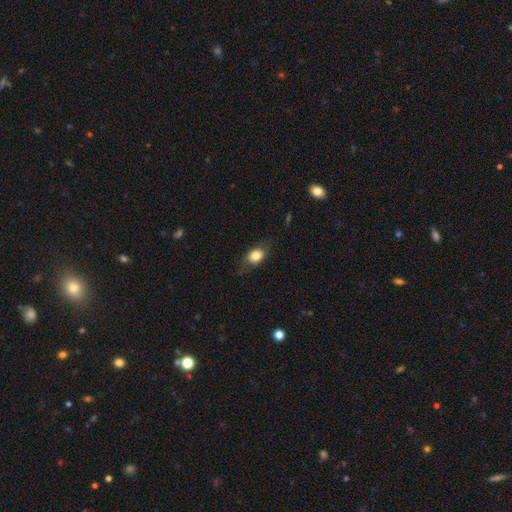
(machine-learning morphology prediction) Smooth or featured? Predicted: smooth (p=0.79). How rounded? Predicted: in between (p=0.73). Merging? Predicted: none (p=0.73).